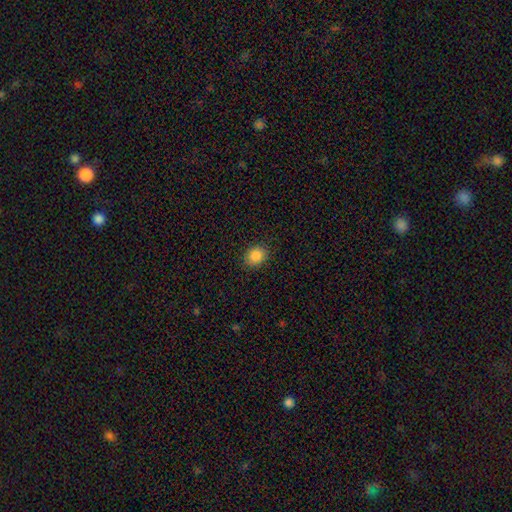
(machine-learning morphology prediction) This appears to be a smooth galaxy with no disk features (87%) that is round (53%). Merging: none (89%).